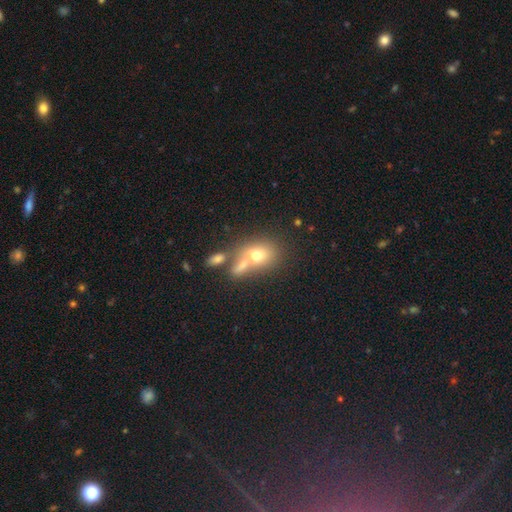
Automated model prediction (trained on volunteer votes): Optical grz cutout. It shows a smooth galaxy with no disk features (68%) that is in between round and cigar-shaped (58%). Merging: merger (42%).